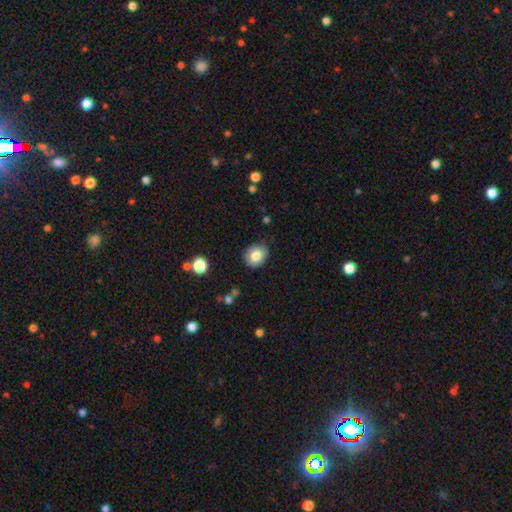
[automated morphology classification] This appears to be a smooth galaxy with no disk features (80%) that is round (72%). Merging: none (79%).